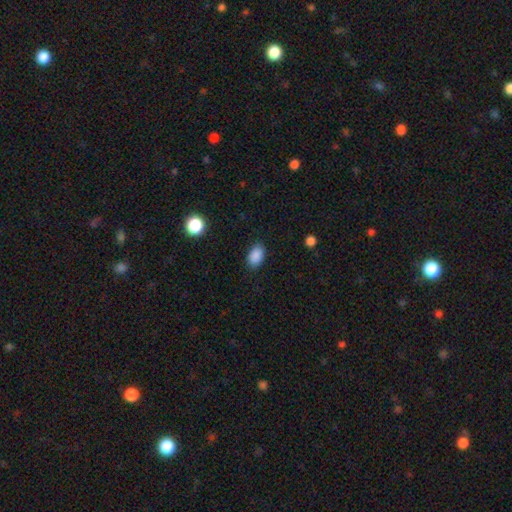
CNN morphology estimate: Smooth or featured? Predicted: smooth (p=0.88). How rounded? Predicted: in between (p=0.88). Merging? Predicted: none (p=0.86).